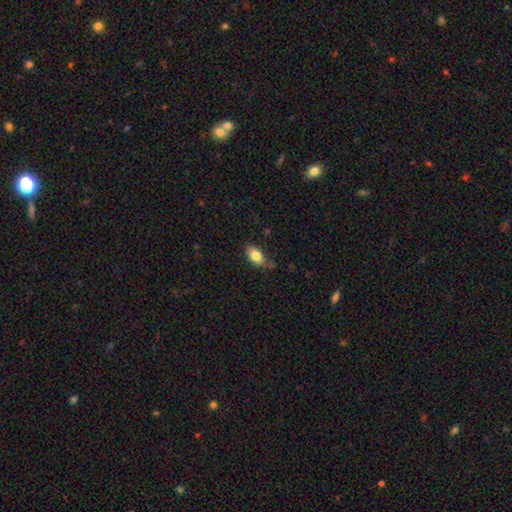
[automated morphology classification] Smooth or featured? Predicted: smooth (p=0.82). How rounded? Predicted: in between (p=0.90). Merging? Predicted: none (p=0.71).